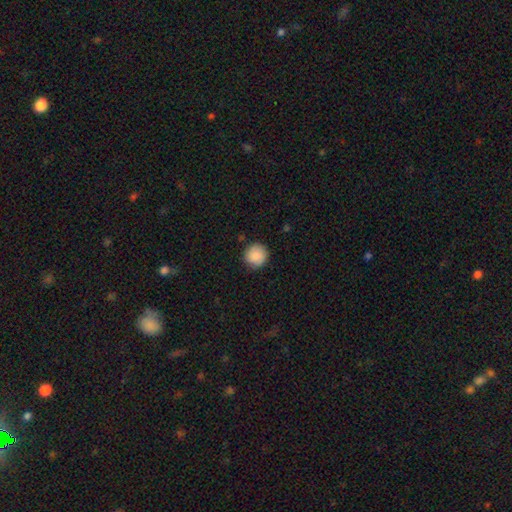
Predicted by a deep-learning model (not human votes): Q: Smooth or featured?
A: smooth (88%); runner-up: star or artifact (7%)
Q: How rounded?
A: round (93%); runner-up: in between (6%)
Q: Merging?
A: none (87%); runner-up: minor disturbance (9%)